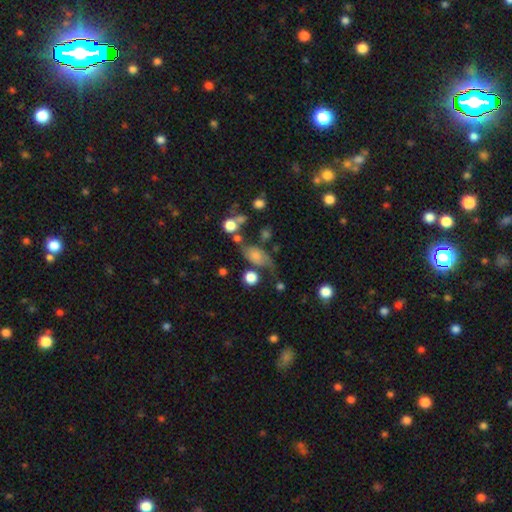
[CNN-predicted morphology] Smooth or featured? Predicted: featured or disk (p=0.54). Edge-on disk? Predicted: no (p=0.93). Merging? Predicted: none (p=0.47).